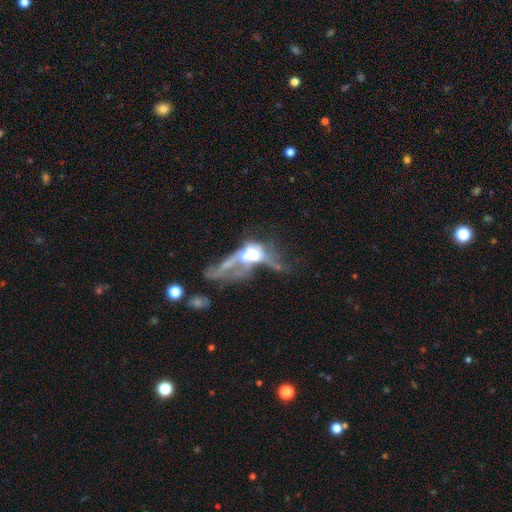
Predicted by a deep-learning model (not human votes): Morphology: type=featured or disk (59%); edge-on=no (87%); bar=no (80%); spiral arms=no (80%); bulge=moderate (47%); merging=merger (53%).